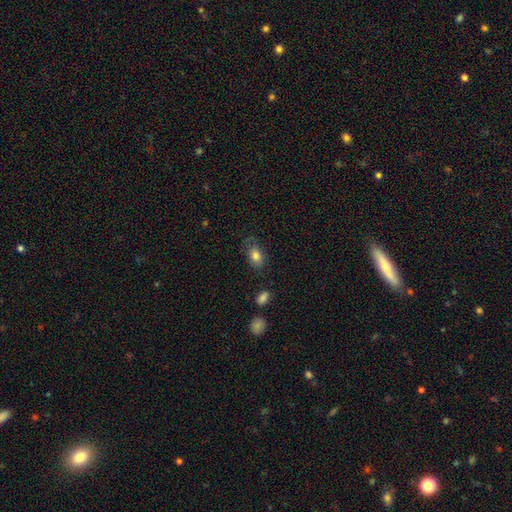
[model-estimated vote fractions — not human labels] A smooth galaxy with no disk features (80%) that is in between round and cigar-shaped (85%).

Vote fractions:
- Smooth or featured? smooth: 80% / featured or disk: 12% / star or artifact: 8%
- How rounded? in between: 85% / round: 13% / cigar-shaped: 2%
- Merging? none: 64% / minor disturbance: 25% / major disturbance: 9% / merger: 2%